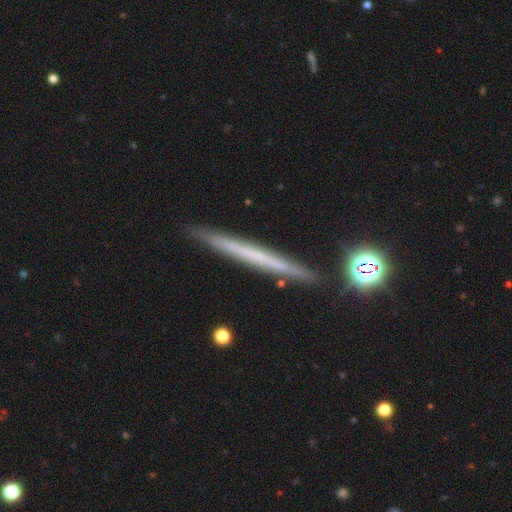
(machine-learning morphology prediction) featured or disk 51%, smooth 41%, star or artifact 8%. Down the decision tree: edge-on disk — yes (96%); merging — none (90%).